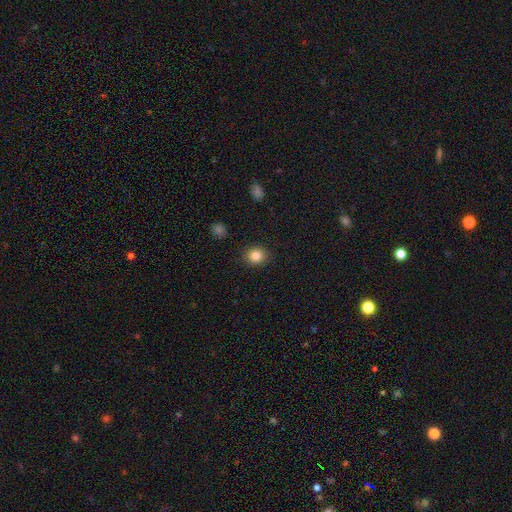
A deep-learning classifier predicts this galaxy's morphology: smooth_or_featured: smooth (p=0.84) [alt: star or artifact p=0.10]
how_rounded: round (p=0.76) [alt: in between p=0.23]
merging: none (p=0.89) [alt: minor disturbance p=0.07]